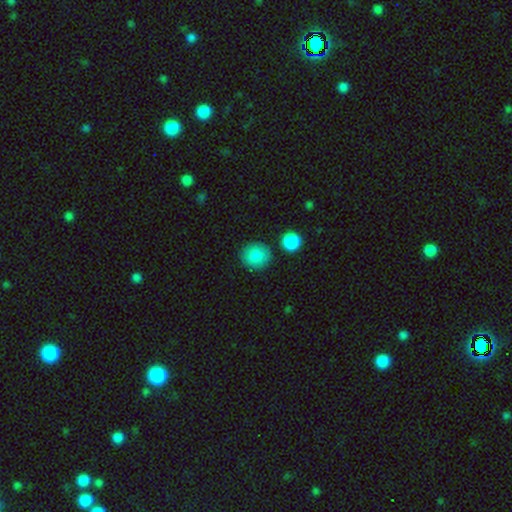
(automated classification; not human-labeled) Smooth or featured?
  - smooth: 87% *
  - star or artifact: 7%
  - featured or disk: 6%
How rounded?
  - round: 89% *
  - in between: 10%
  - cigar-shaped: 1%
Merging?
  - none: 84% *
  - minor disturbance: 9%
  - merger: 4%
  - major disturbance: 3%